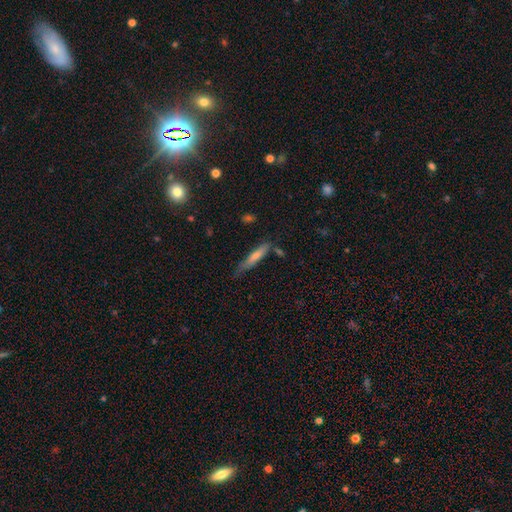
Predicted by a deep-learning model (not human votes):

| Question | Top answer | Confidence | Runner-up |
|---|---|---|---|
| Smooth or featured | smooth | 69% | featured or disk (24%) |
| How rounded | cigar-shaped | 87% | in between (12%) |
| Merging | none | 58% | minor disturbance (29%) |